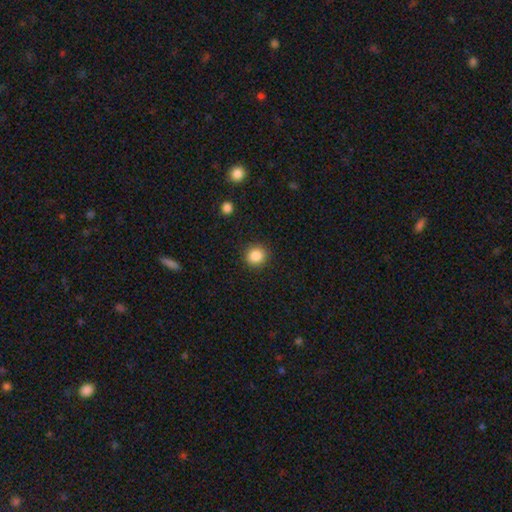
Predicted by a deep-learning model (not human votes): The model was most divided on "smooth or featured": smooth: 86%, star or artifact: 10%, featured or disk: 4%. More confident: merging — none (91%); how rounded — round (89%).